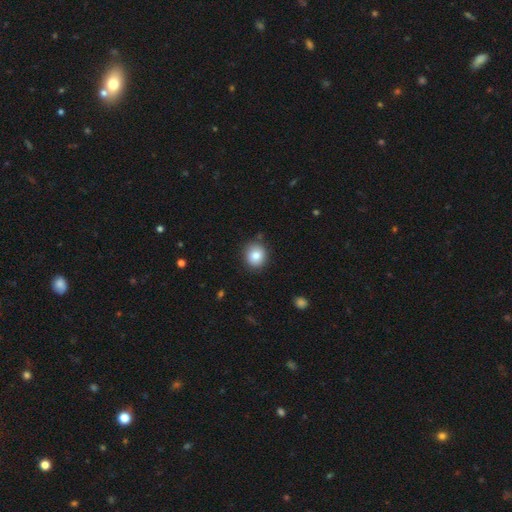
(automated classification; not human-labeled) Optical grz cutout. It shows a smooth galaxy with no disk features (83%) that is round (83%). Merging: none (86%).